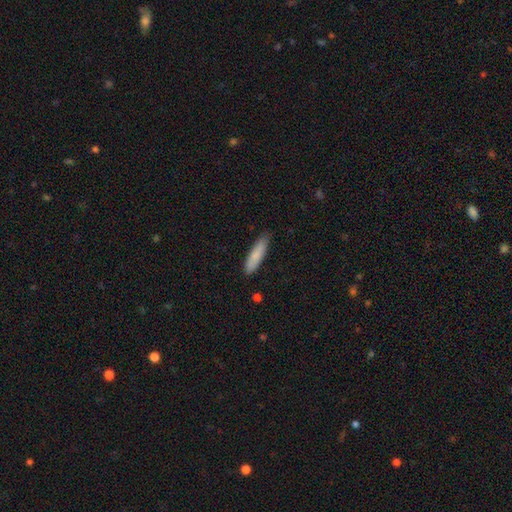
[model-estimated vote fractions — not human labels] smooth_or_featured: smooth (p=0.83) [alt: featured or disk p=0.12]
how_rounded: cigar-shaped (p=0.76) [alt: in between p=0.23]
merging: none (p=0.83) [alt: minor disturbance p=0.14]